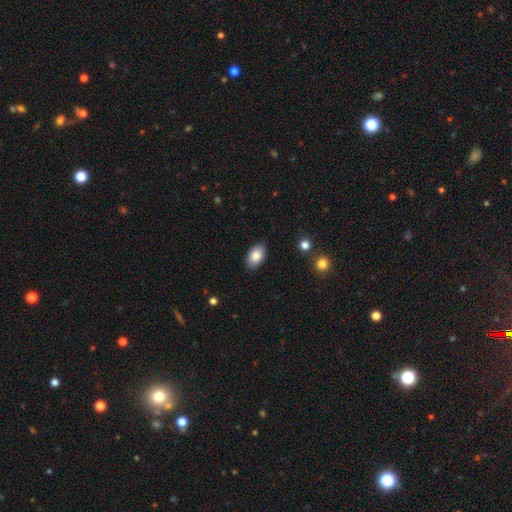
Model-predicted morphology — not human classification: type=smooth (85%); roundness=in between (92%); merging=none (88%).